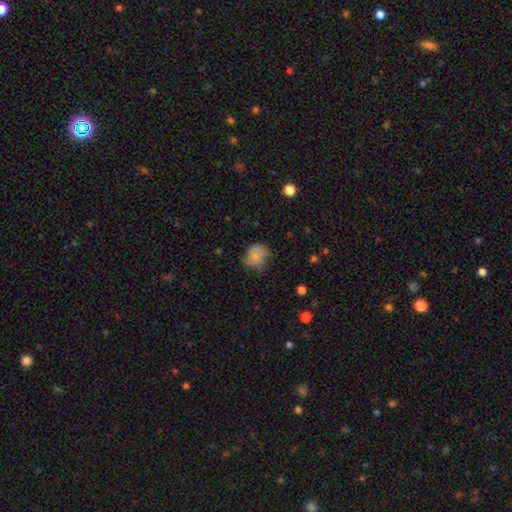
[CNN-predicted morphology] Smooth or featured? Predicted: smooth (p=0.52). How rounded? Predicted: round (p=0.68). Merging? Predicted: none (p=0.56).